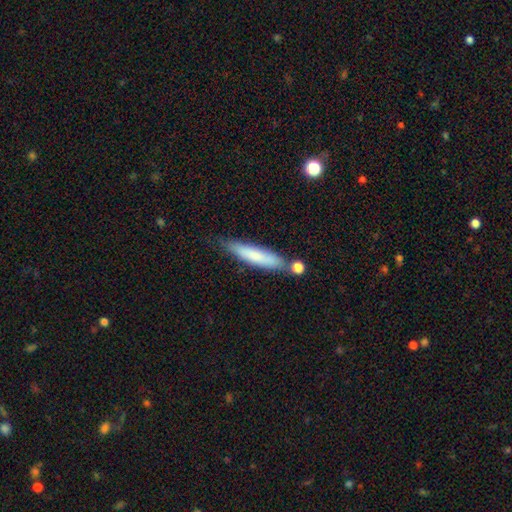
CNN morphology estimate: Q: Smooth or featured?
A: smooth (73%); runner-up: featured or disk (21%)
Q: How rounded?
A: cigar-shaped (85%); runner-up: in between (14%)
Q: Merging?
A: none (64%); runner-up: minor disturbance (18%)